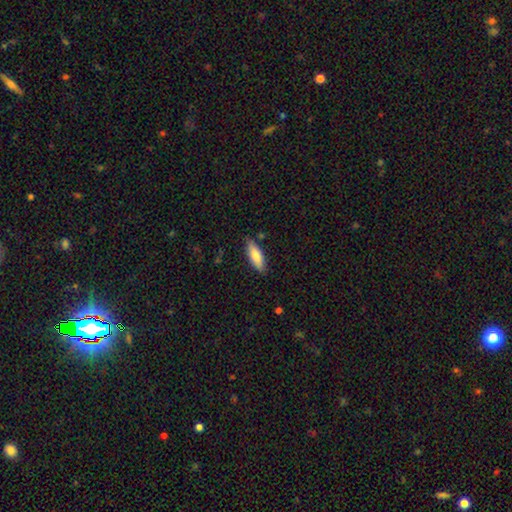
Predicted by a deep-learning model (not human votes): Smooth or featured? smooth (79%)
How rounded? in between (62%)
Merging? none (84%)